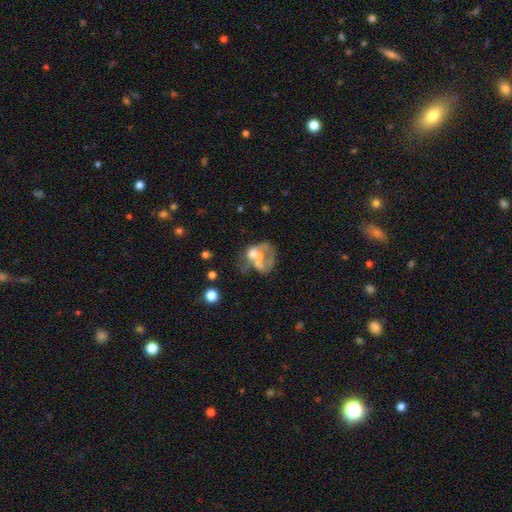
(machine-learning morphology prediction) A featured or disk galaxy (51%).

Vote fractions:
- Smooth or featured? featured or disk: 51% / smooth: 36% / star or artifact: 13%
- Edge-on disk? no: 98% / yes: 2%
- Merging? major disturbance: 36% / merger: 34% / none: 18% / minor disturbance: 13%